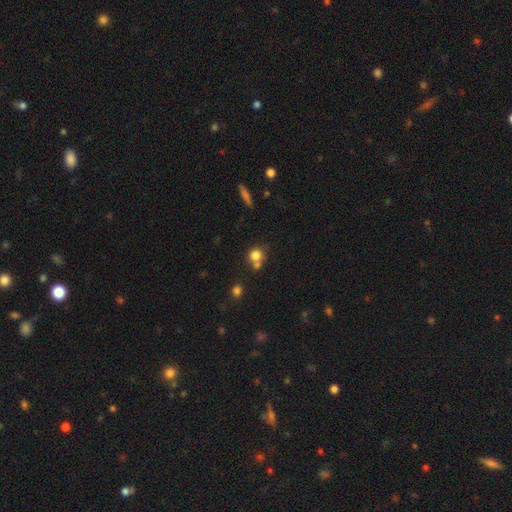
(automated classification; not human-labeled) Smooth or featured: smooth — 78% (star or artifact — 12%)
How rounded: round — 86% (in between — 13%)
Merging: none — 51% (merger — 36%)